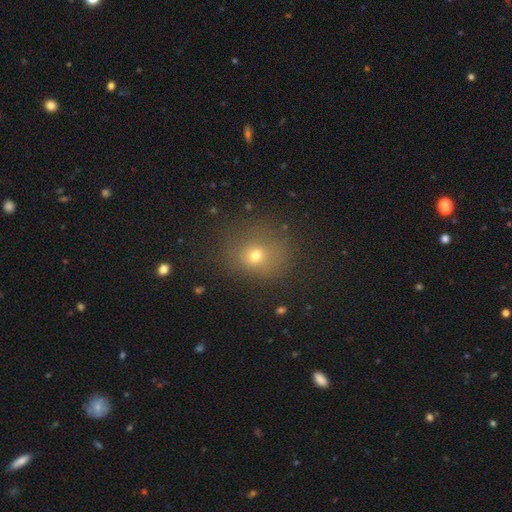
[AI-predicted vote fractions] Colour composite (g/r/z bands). It shows a smooth galaxy with no disk features (66%) that is round (75%). Merging: none (75%).